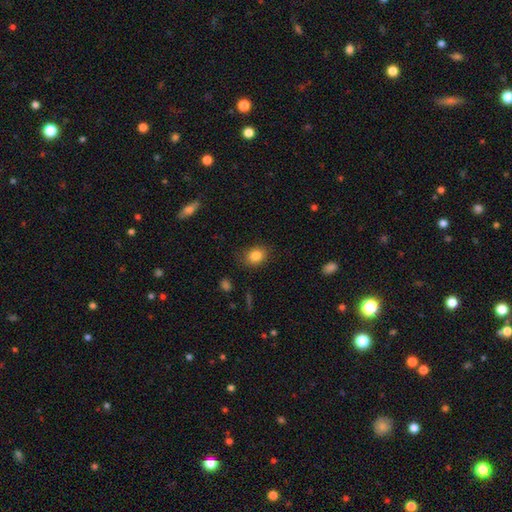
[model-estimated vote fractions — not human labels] smooth 84%, star or artifact 10%, featured or disk 6%. Down the decision tree: how rounded — in between (56%); merging — none (82%).